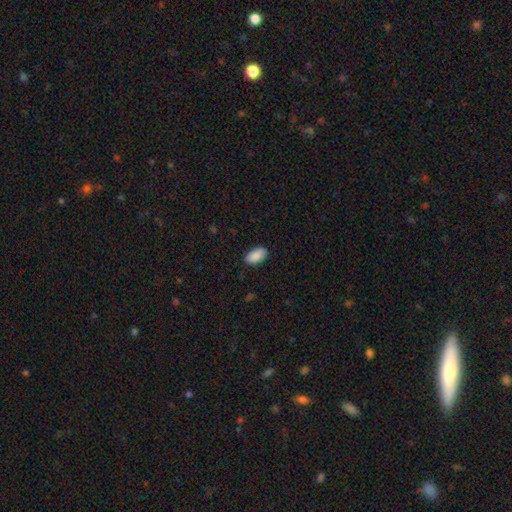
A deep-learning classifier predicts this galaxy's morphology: Smooth or featured? smooth (90%)
How rounded? in between (95%)
Merging? none (87%)